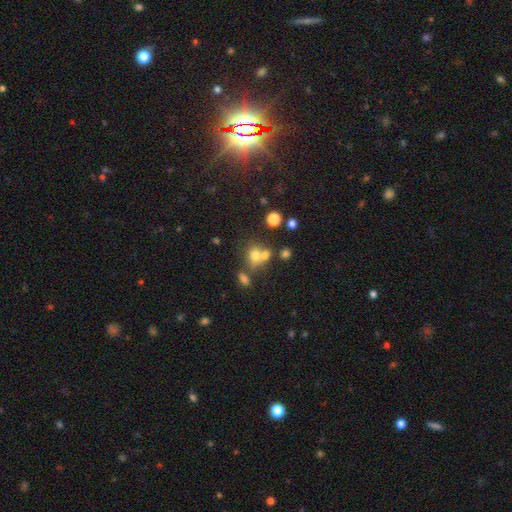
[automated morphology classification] The model was most divided on "merging": merger: 42%, none: 40%, minor disturbance: 11%, major disturbance: 6%. More confident: smooth or featured — smooth (68%); how rounded — round (61%).